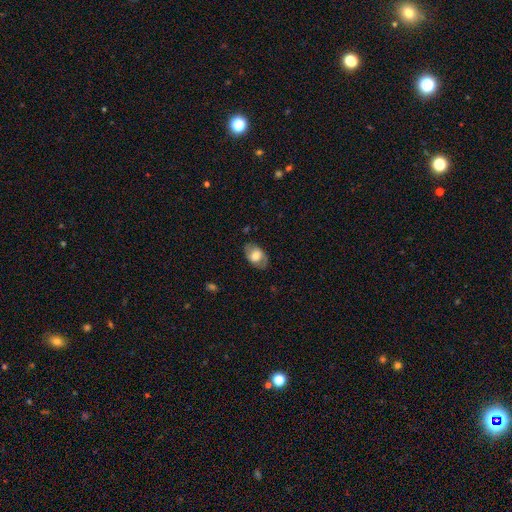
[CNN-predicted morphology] The model was most divided on "smooth or featured": smooth: 60%, featured or disk: 34%, star or artifact: 7%. More confident: how rounded — in between (90%); merging — none (79%).